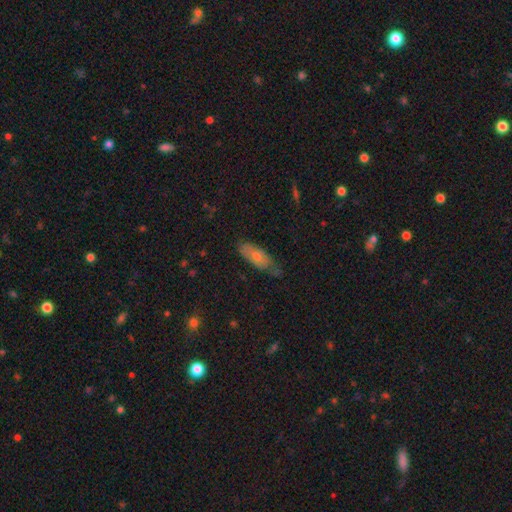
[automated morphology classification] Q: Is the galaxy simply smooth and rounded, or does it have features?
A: smooth — 61%.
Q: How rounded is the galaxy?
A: in between — 72%.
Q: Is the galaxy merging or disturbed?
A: none — 59%.